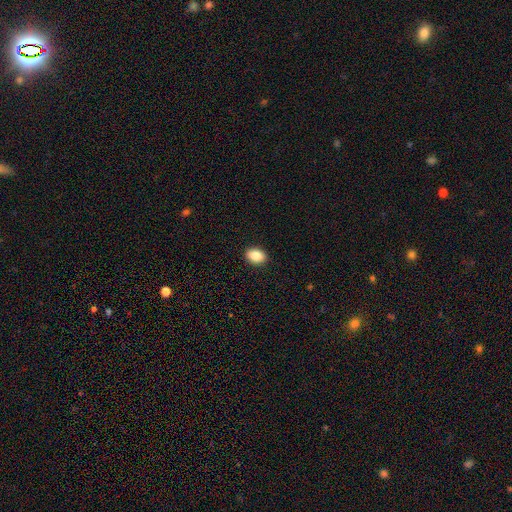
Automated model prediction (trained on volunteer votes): The model was most divided on "how rounded": in between: 79%, round: 20%, cigar-shaped: 1%. More confident: merging — none (91%); smooth or featured — smooth (88%).